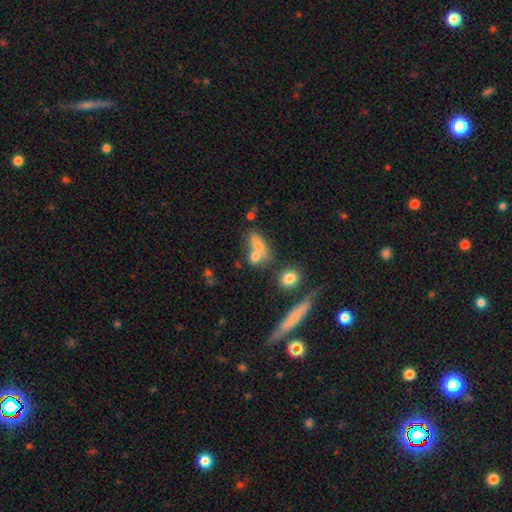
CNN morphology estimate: Overall: smooth (67%). How rounded: in between (60%; round 28%). Merging: merger (49%; none 32%).